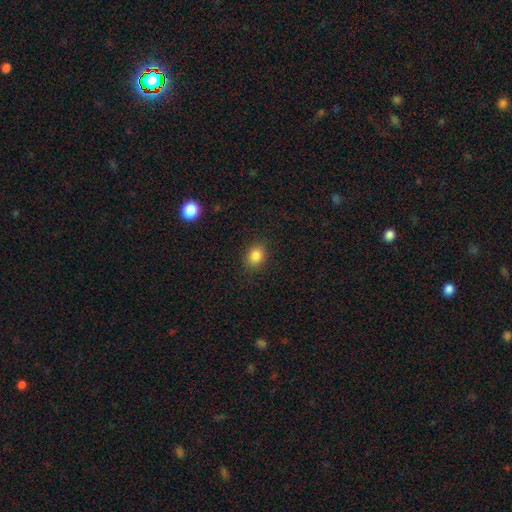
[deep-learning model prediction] Smooth or featured? smooth (84%)
How rounded? round (53%)
Merging? none (86%)